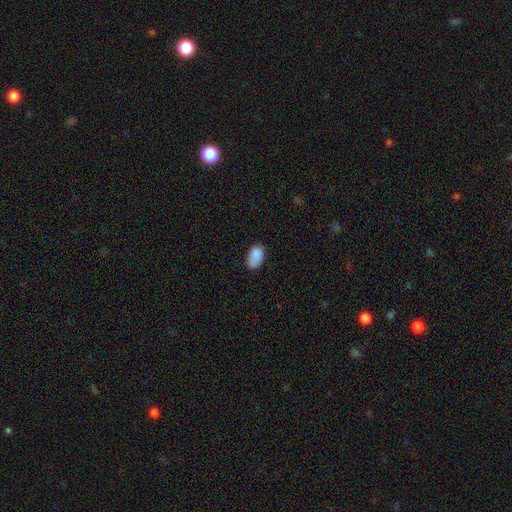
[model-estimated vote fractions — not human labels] Smooth or featured? Predicted: smooth (p=0.86). How rounded? Predicted: in between (p=0.91). Merging? Predicted: none (p=0.64).